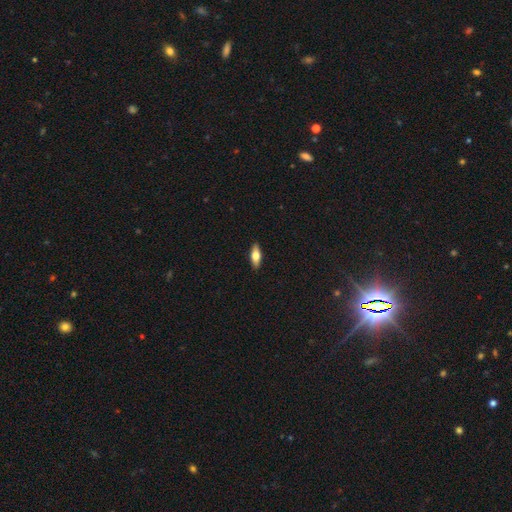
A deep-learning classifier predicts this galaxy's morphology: smooth 65%, featured or disk 29%, star or artifact 6%. Down the decision tree: how rounded — in between (71%); merging — none (90%).